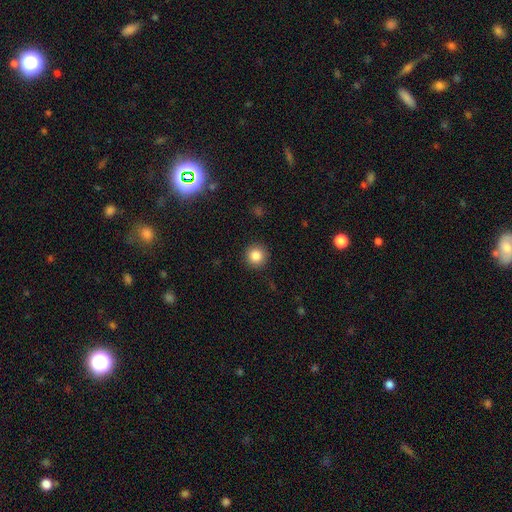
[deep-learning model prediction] Smooth or featured? Predicted: smooth (p=0.85). How rounded? Predicted: round (p=0.95). Merging? Predicted: none (p=0.92).